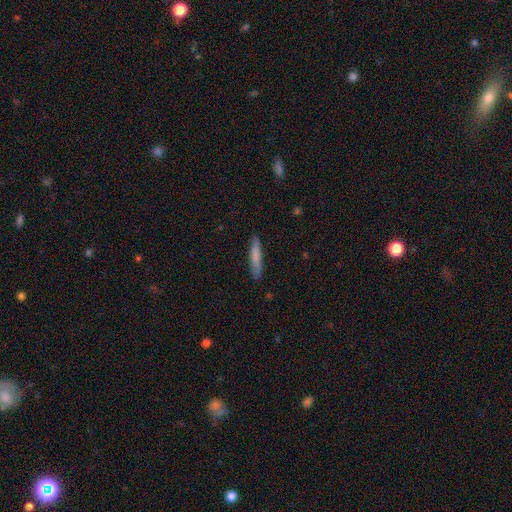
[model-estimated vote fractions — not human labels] Overall: smooth (77%). How rounded: cigar-shaped (90%). Merging: none (86%).